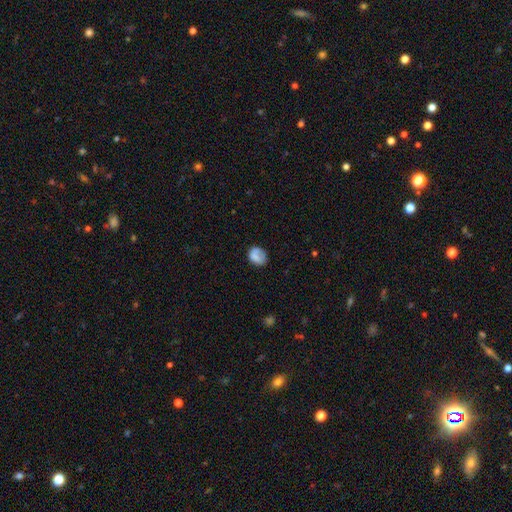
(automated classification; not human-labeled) This appears to be a smooth galaxy with no disk features (74%) that is in between round and cigar-shaped (50%). Merging: none (57%).